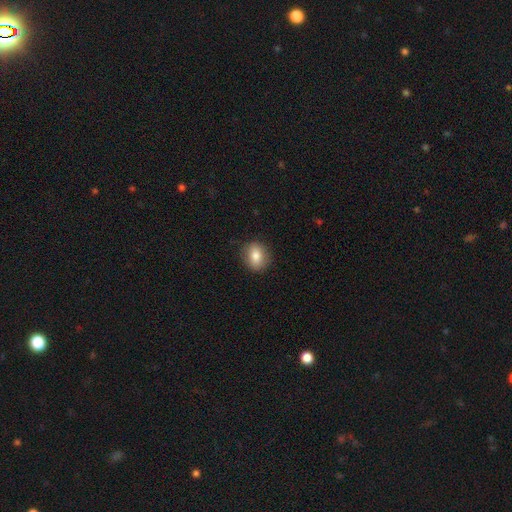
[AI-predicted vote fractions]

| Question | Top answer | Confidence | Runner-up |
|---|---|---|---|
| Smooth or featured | smooth | 80% | featured or disk (12%) |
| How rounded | round | 55% | in between (44%) |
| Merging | none | 85% | minor disturbance (11%) |